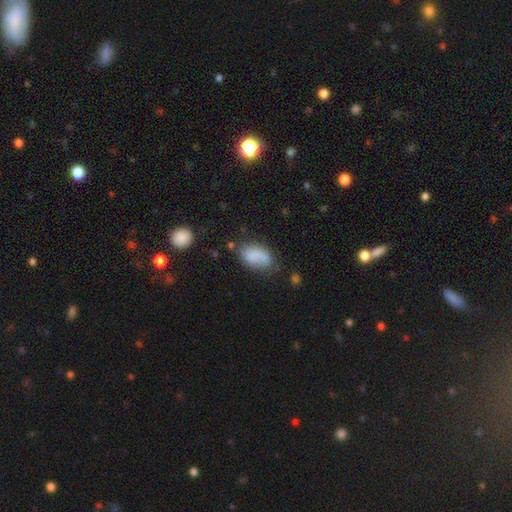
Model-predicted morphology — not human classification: A smooth galaxy with no disk features (76%) that is in between round and cigar-shaped (91%).

Vote fractions:
- Smooth or featured? smooth: 76% / featured or disk: 16% / star or artifact: 8%
- How rounded? in between: 91% / round: 6% / cigar-shaped: 3%
- Merging? none: 52% / minor disturbance: 28% / major disturbance: 12% / merger: 8%